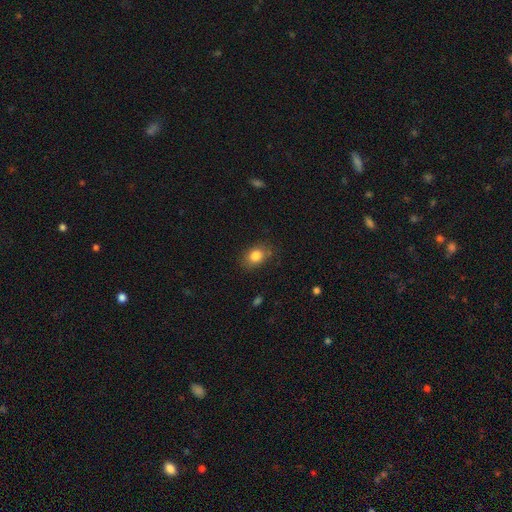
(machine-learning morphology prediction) A smooth galaxy with no disk features (84%) that is in between round and cigar-shaped (65%).

Vote fractions:
- Smooth or featured? smooth: 84% / star or artifact: 9% / featured or disk: 7%
- How rounded? in between: 65% / round: 34% / cigar-shaped: 1%
- Merging? none: 77% / minor disturbance: 17% / major disturbance: 4% / merger: 2%